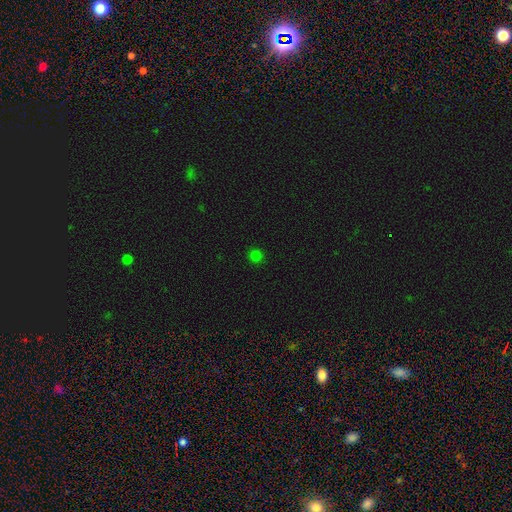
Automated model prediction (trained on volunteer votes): This appears to be a smooth galaxy with no disk features (77%) that is round (95%). Merging: none (93%).